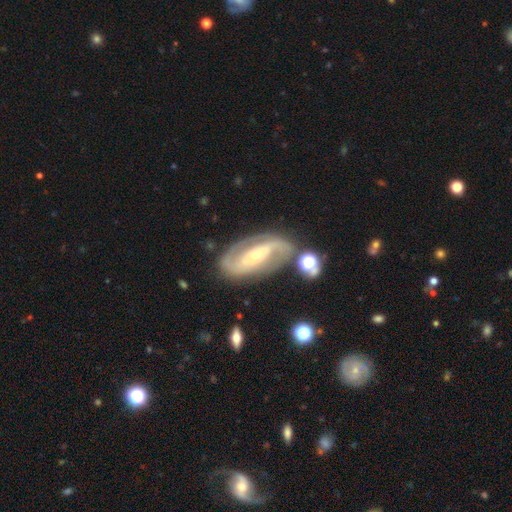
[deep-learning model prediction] Smooth or featured? featured or disk (86%)
Edge-on disk? no (94%)
Bar? strong (39%)
Spiral arms? yes (93%)
Spiral winding? medium (45%)
Spiral arm count? 2 (86%)
Bulge size? small (67%)
Merging? none (73%)